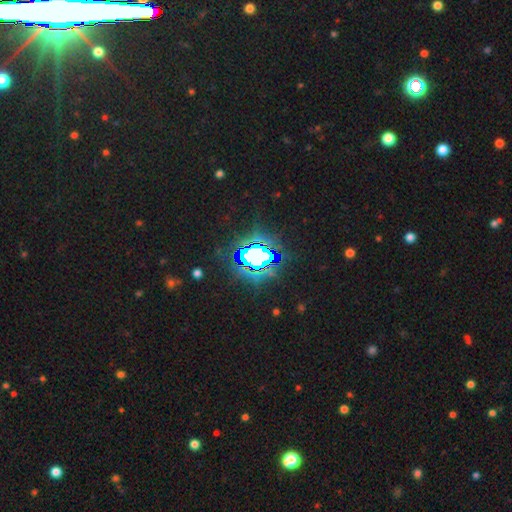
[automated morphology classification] This is likely a star or artifact rather than a galaxy (76%).